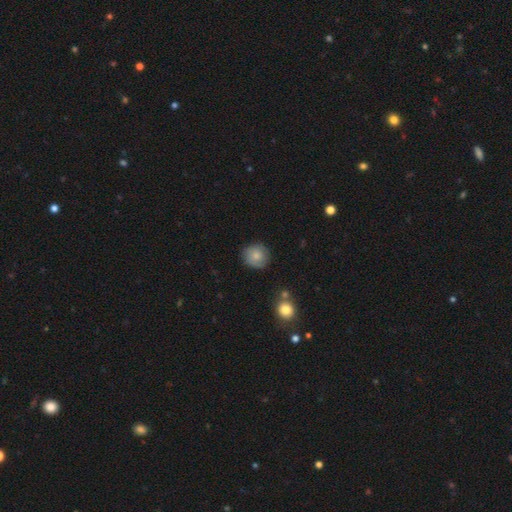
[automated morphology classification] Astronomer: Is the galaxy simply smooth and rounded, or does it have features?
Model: smooth — 79%.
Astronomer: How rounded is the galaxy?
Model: round — 91%.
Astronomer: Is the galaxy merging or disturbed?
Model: none — 82%.